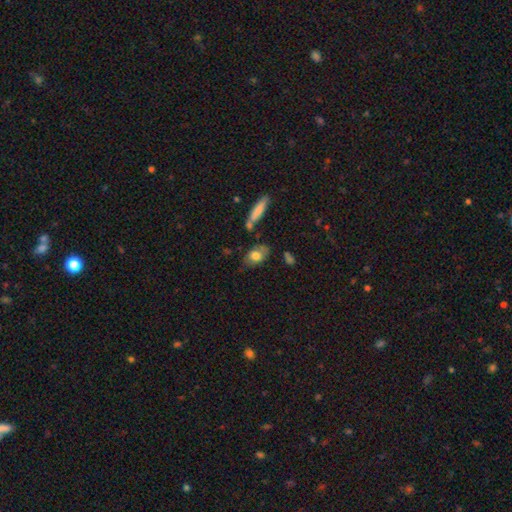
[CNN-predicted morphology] smooth_or_featured: smooth (p=0.71) [alt: featured or disk p=0.22]
how_rounded: in between (p=0.83) [alt: round p=0.11]
merging: none (p=0.60) [alt: minor disturbance p=0.24]